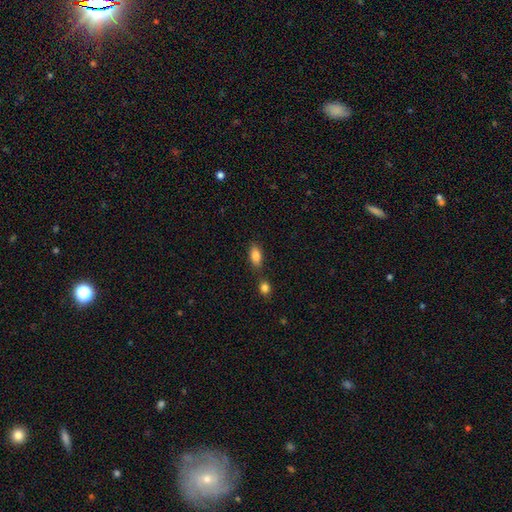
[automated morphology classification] Smooth or featured: smooth — 84% (featured or disk — 8%)
How rounded: in between — 87% (cigar-shaped — 7%)
Merging: none — 70% (merger — 14%)